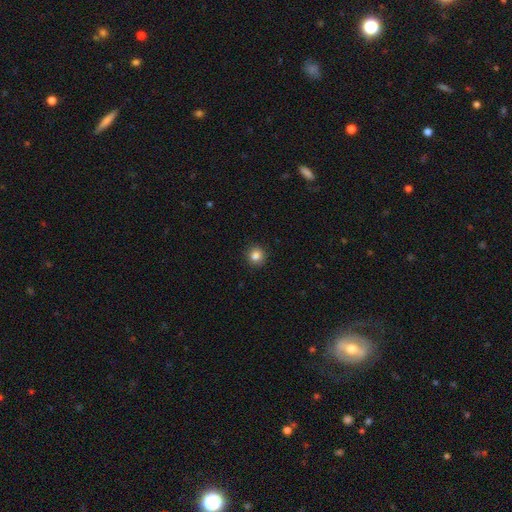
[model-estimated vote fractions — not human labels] This is clearly a smooth galaxy (84%). How rounded: clearly round (94%). Merging: clearly none (92%).